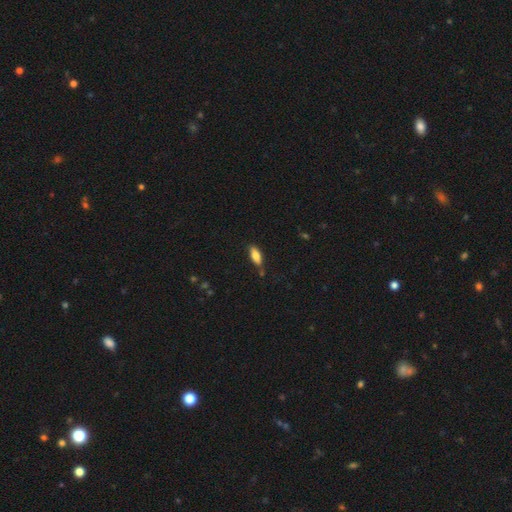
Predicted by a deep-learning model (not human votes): Smooth or featured: smooth — 79% (featured or disk — 14%)
How rounded: in between — 73% (cigar-shaped — 25%)
Merging: none — 73% (minor disturbance — 19%)